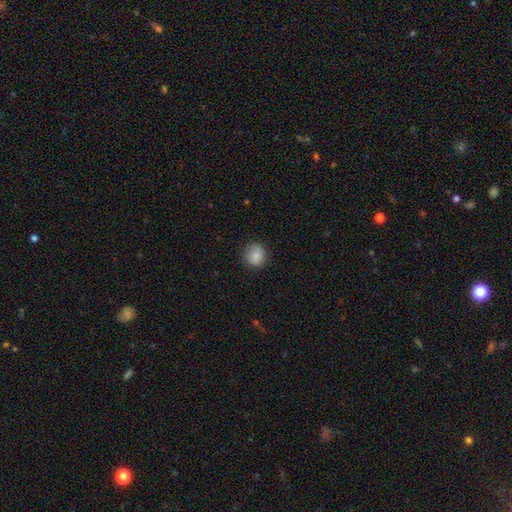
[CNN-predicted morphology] A smooth galaxy with no disk features (86%) that is round (78%). Merging: none (83%).